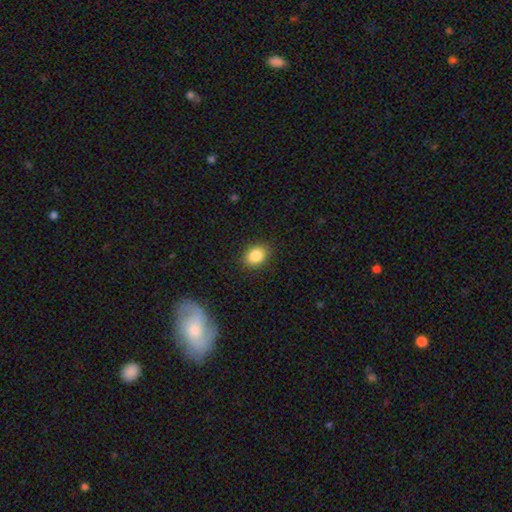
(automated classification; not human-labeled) smooth 86%, star or artifact 9%, featured or disk 6%. Down the decision tree: how rounded — in between (63%); merging — none (88%).